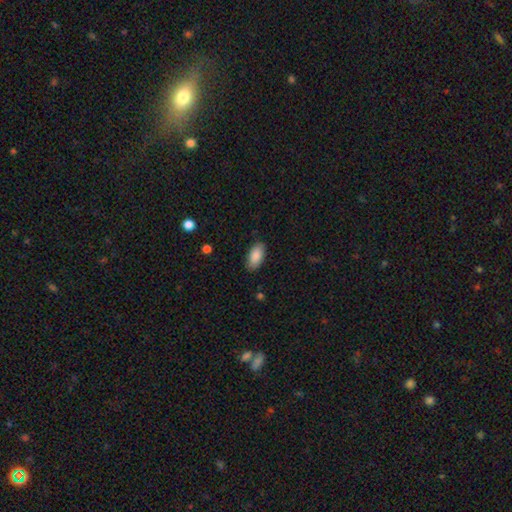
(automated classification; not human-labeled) Morphology: type=smooth (88%); roundness=in between (93%); merging=none (86%).